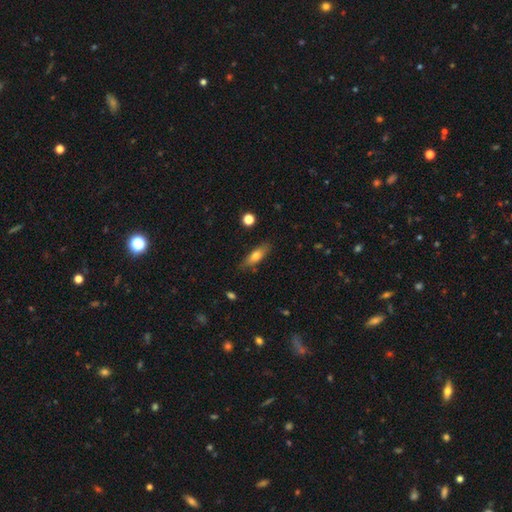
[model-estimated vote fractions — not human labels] Smooth or featured? Predicted: smooth (p=0.68). How rounded? Predicted: in between (p=0.52). Merging? Predicted: none (p=0.82).